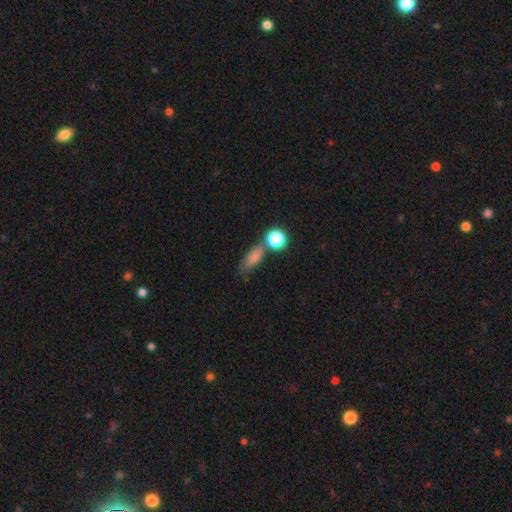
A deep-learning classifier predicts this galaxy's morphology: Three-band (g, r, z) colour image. It shows a smooth galaxy with no disk features (73%) that is in between round and cigar-shaped (59%). Merging: none (54%).